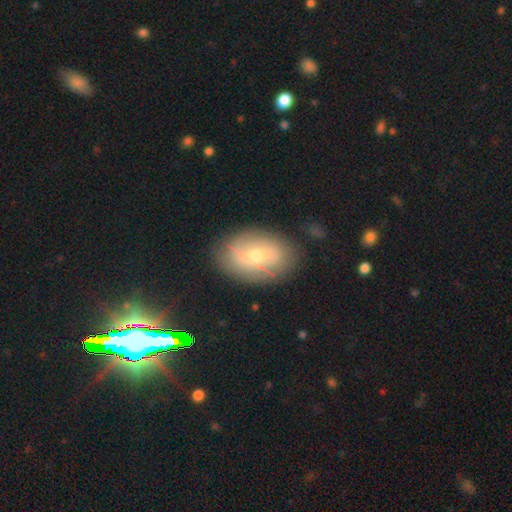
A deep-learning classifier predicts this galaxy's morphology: A featured or disk galaxy (53%).

Vote fractions:
- Smooth or featured? featured or disk: 53% / smooth: 37% / star or artifact: 10%
- Edge-on disk? no: 93% / yes: 7%
- Merging? none: 79% / minor disturbance: 15% / major disturbance: 5% / merger: 2%